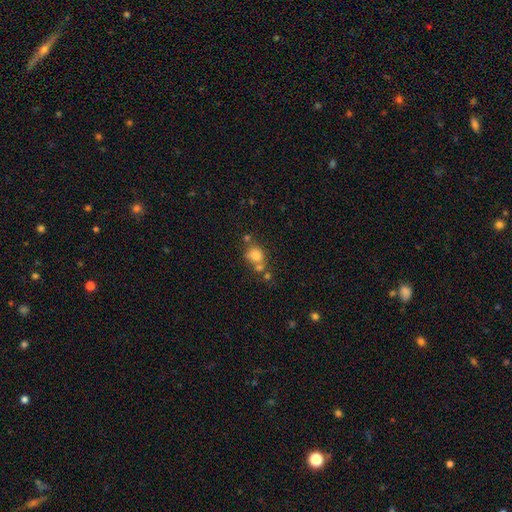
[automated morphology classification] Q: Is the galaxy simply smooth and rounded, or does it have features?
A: smooth — 76%.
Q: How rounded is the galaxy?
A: round — 72%.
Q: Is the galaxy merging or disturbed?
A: none — 48%.